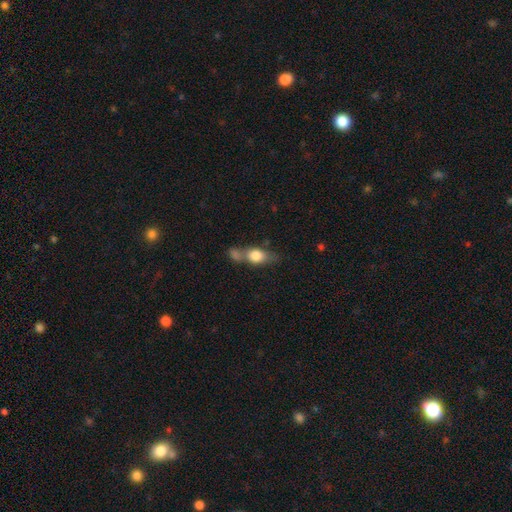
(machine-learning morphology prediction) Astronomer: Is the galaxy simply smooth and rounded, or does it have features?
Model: smooth — 69%.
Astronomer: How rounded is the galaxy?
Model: in between — 62%.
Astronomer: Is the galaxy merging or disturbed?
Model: merger — 46% (runner-up: none, 32%).